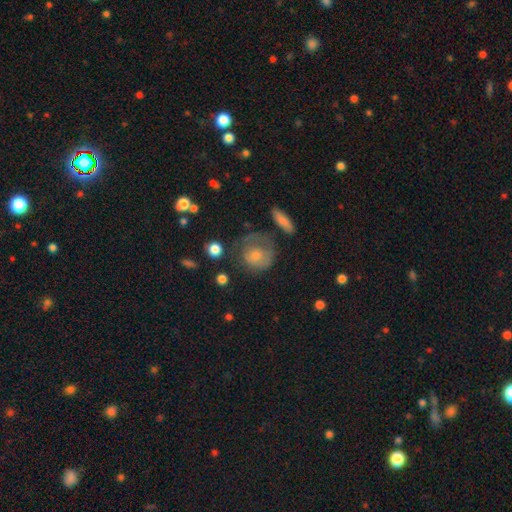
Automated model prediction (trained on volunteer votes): Morphology: type=smooth (52%); roundness=round (79%); merging=none (54%).